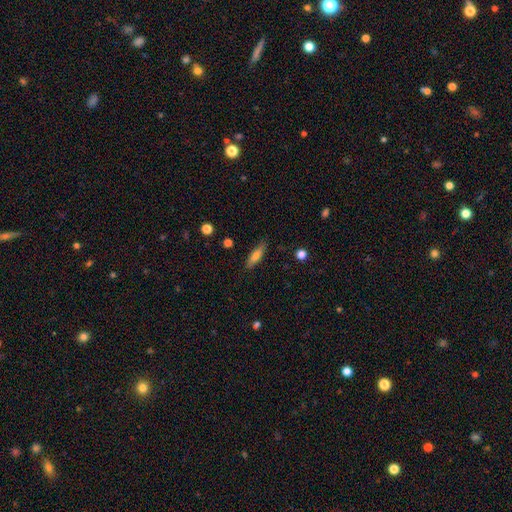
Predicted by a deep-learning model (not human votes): smooth 72%, featured or disk 21%, star or artifact 7%. Down the decision tree: how rounded — cigar-shaped (65%); merging — none (84%).